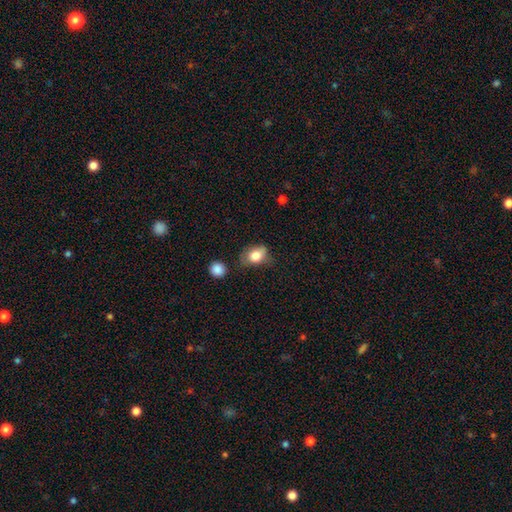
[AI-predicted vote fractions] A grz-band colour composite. It shows a smooth galaxy with no disk features (80%) that is in between round and cigar-shaped (72%). Merging: none (52%).